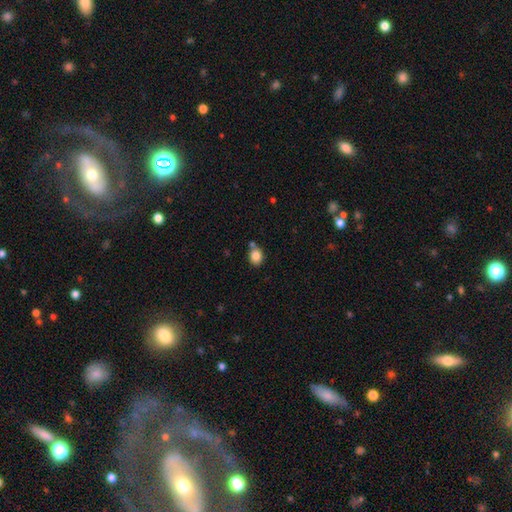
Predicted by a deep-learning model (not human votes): smooth-or-featured: smooth: 84% | star or artifact: 10% | featured or disk: 6%
  how-rounded: round: 61% | in between: 38% | cigar-shaped: 1%
  merging: none: 69% | merger: 14% | minor disturbance: 13% | major disturbance: 3%